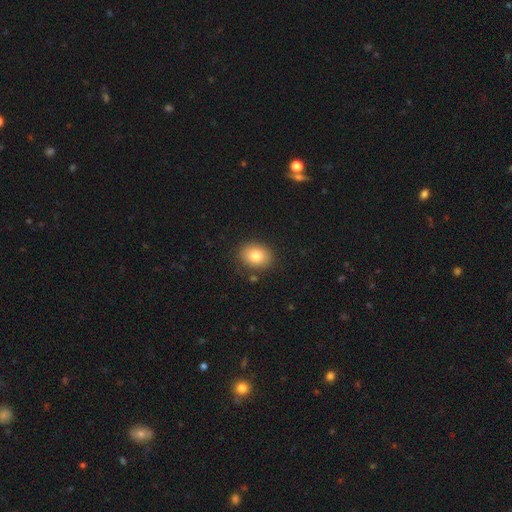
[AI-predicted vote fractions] Smooth or featured?
  - smooth: 81% *
  - featured or disk: 10%
  - star or artifact: 9%
How rounded?
  - in between: 55% *
  - round: 44%
  - cigar-shaped: 1%
Merging?
  - none: 86% *
  - minor disturbance: 9%
  - major disturbance: 3%
  - merger: 2%